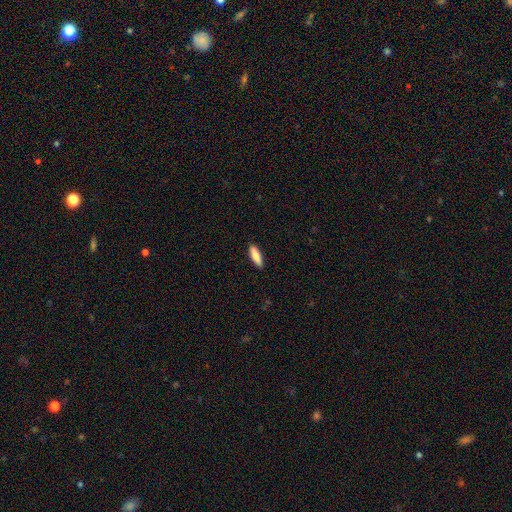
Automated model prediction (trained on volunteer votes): This appears to be a smooth galaxy with no disk features (81%) that is cigar-shaped (55%). Merging: none (89%).